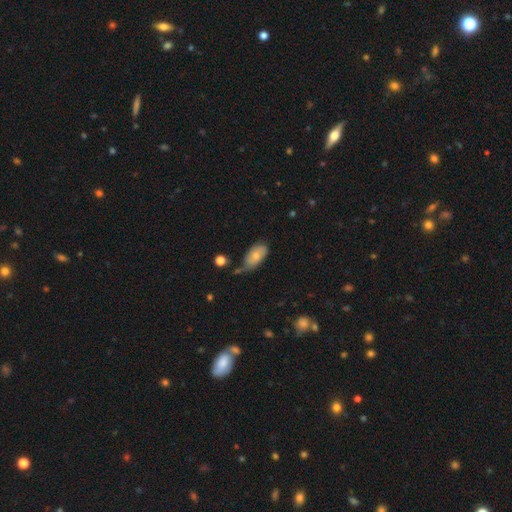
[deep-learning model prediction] Q: Smooth or featured?
A: smooth (60%); runner-up: featured or disk (32%)
Q: How rounded?
A: in between (91%); runner-up: cigar-shaped (5%)
Q: Merging?
A: none (41%); runner-up: minor disturbance (37%)